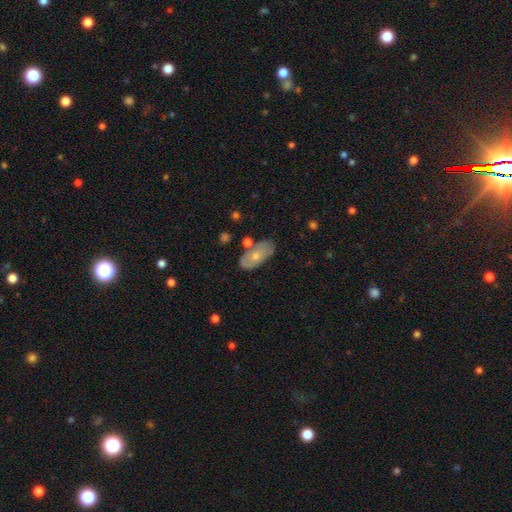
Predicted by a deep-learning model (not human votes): Morphology: type=smooth (59%); roundness=in between (91%); merging=none (66%).